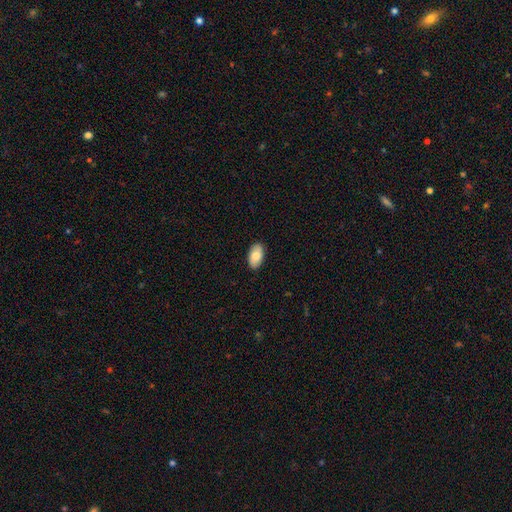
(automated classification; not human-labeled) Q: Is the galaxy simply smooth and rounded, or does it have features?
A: smooth — 79%.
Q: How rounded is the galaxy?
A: in between — 94%.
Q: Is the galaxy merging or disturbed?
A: none — 88%.